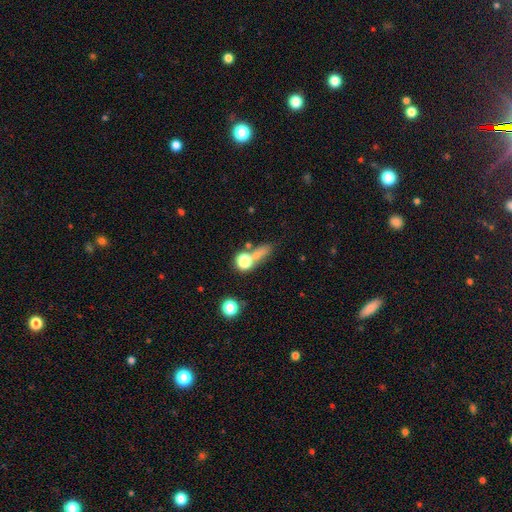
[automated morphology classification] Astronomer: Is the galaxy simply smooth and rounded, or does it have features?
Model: smooth — 62%.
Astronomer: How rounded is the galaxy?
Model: round — 48% (runner-up: in between, 33%).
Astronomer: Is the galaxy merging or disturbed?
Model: none — 51% (runner-up: merger, 28%).